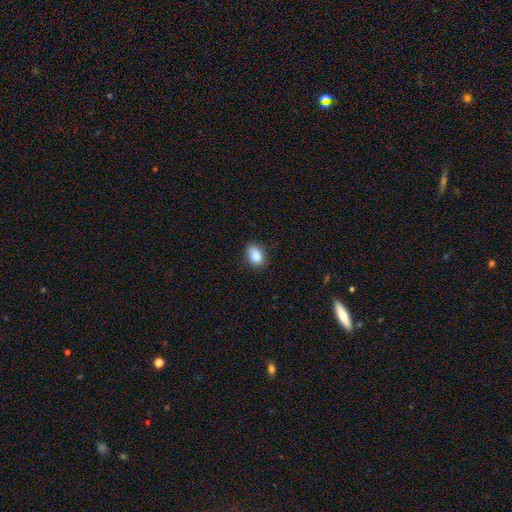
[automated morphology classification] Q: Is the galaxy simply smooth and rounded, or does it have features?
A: smooth — 88%.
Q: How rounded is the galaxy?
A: in between — 81%.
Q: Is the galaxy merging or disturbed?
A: none — 80%.